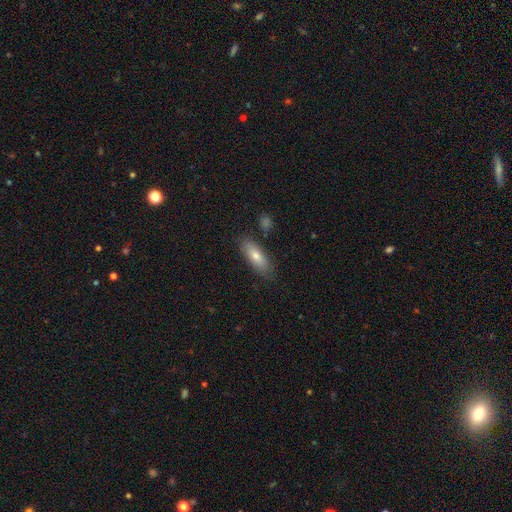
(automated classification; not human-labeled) A smooth galaxy with no disk features (72%) that is in between round and cigar-shaped (61%). Merging: none (83%).